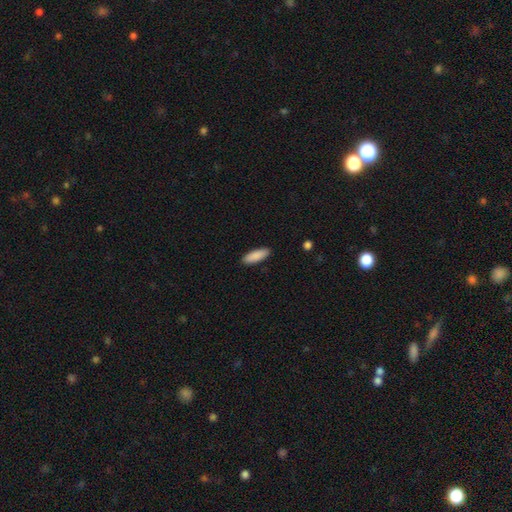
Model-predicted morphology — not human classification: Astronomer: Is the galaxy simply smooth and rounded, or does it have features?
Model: smooth — 90%.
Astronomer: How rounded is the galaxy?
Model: in between — 64%.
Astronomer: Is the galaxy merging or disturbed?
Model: none — 90%.